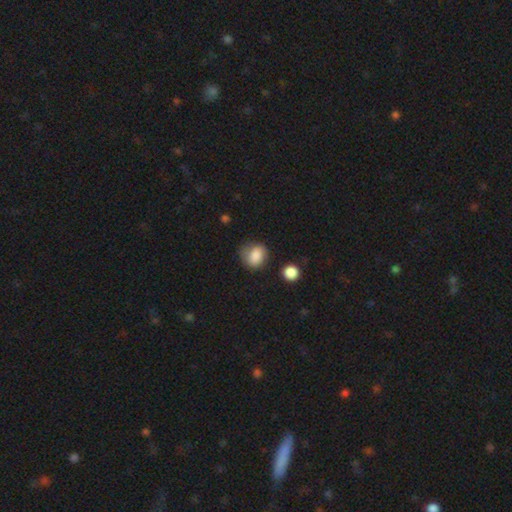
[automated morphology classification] The model was most divided on "how rounded": round: 59%, in between: 39%, cigar-shaped: 1%. More confident: smooth or featured — smooth (83%); merging — none (57%).